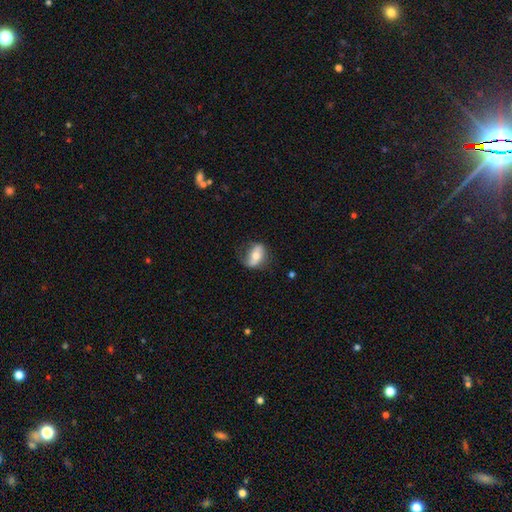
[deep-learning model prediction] Smooth or featured? featured or disk (48%)
Merging? none (57%)